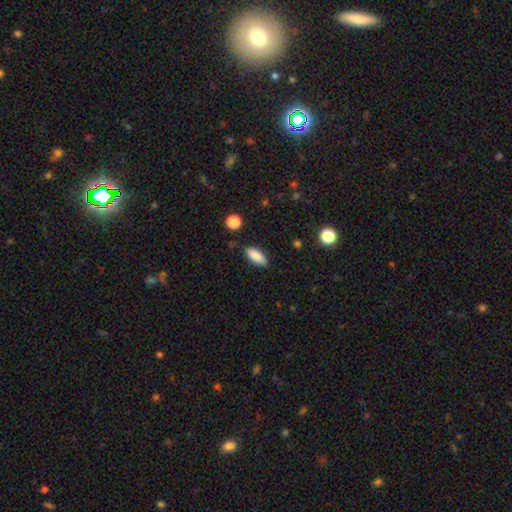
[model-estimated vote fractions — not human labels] This appears to be a smooth galaxy with no disk features (87%) that is in between round and cigar-shaped (82%). Merging: none (83%).